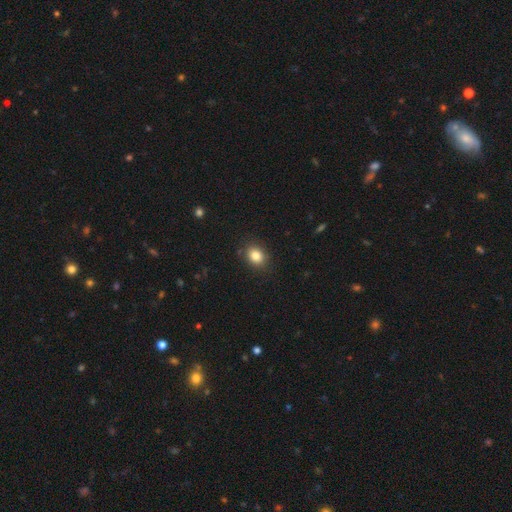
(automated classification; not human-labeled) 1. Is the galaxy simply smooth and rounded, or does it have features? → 84% smooth, 10% star or artifact, 6% featured or disk.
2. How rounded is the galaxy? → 50% in between, 49% round, 1% cigar-shaped.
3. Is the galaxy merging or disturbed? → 87% none, 10% minor disturbance, 3% major disturbance, 1% merger.